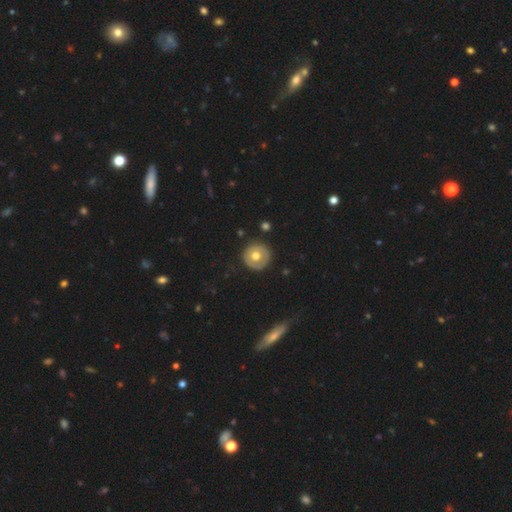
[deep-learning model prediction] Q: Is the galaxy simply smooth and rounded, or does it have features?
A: smooth — 58%.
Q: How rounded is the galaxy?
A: round — 94%.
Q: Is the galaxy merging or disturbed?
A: none — 87%.